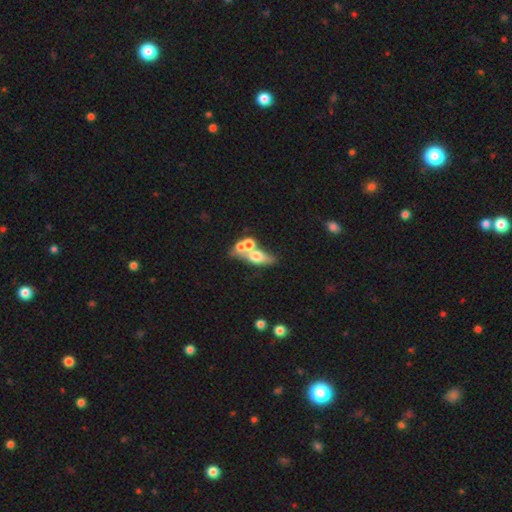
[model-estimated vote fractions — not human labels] Morphology: type=smooth (52%); roundness=in between (58%); merging=merger (52%).